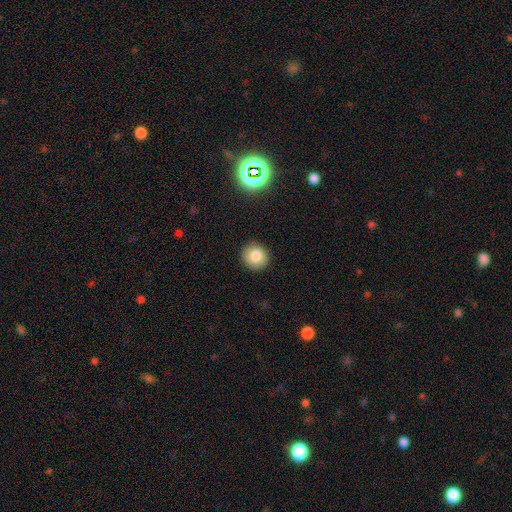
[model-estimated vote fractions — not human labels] Smooth or featured: smooth — 81% (star or artifact — 11%)
How rounded: round — 89% (in between — 10%)
Merging: none — 90% (minor disturbance — 7%)